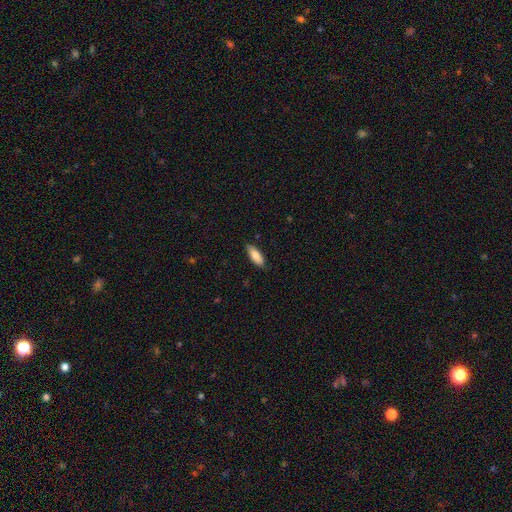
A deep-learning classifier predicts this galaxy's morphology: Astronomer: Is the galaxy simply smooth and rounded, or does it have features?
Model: smooth — 84%.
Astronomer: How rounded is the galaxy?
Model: in between — 70%.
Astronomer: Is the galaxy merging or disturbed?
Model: none — 86%.